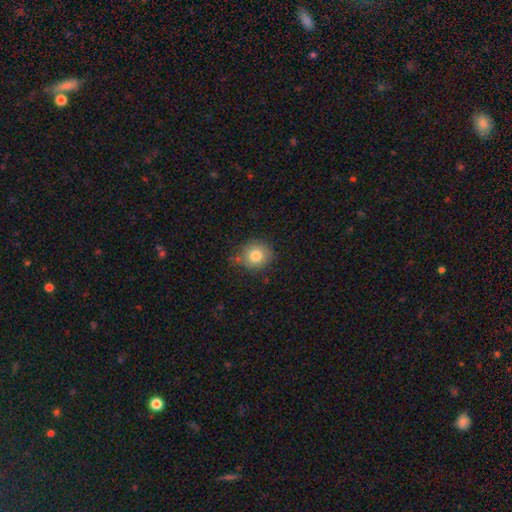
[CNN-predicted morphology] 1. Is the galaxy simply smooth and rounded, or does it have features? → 80% smooth, 10% star or artifact, 10% featured or disk.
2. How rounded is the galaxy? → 85% round, 14% in between, 1% cigar-shaped.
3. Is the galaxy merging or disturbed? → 71% none, 22% minor disturbance, 5% major disturbance, 3% merger.